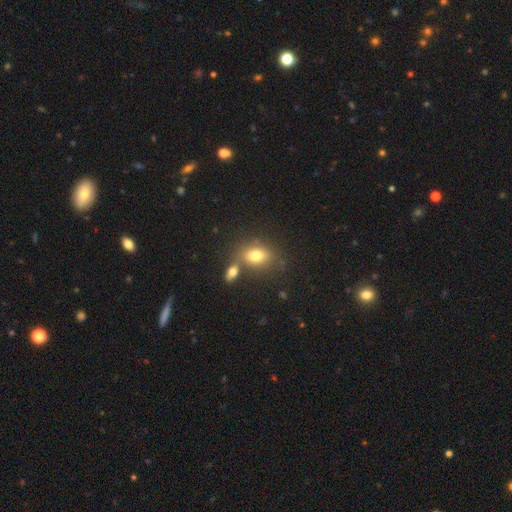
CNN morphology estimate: Smooth or featured?
  - smooth: 76% *
  - featured or disk: 14%
  - star or artifact: 11%
How rounded?
  - in between: 77% *
  - round: 21%
  - cigar-shaped: 2%
Merging?
  - none: 55% *
  - merger: 27%
  - minor disturbance: 13%
  - major disturbance: 5%